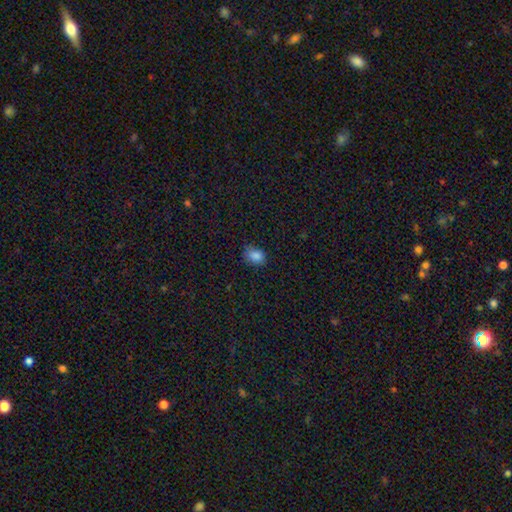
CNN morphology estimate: smooth_or_featured: smooth (p=0.85) [alt: star or artifact p=0.11]
how_rounded: in between (p=0.64) [alt: round p=0.35]
merging: none (p=0.74) [alt: minor disturbance p=0.21]